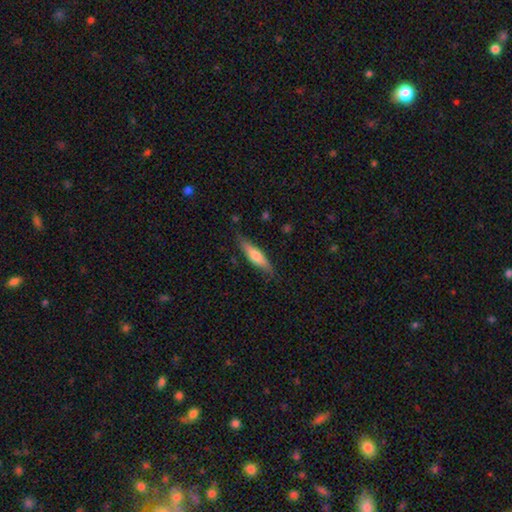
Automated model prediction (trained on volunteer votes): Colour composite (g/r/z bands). It shows a smooth galaxy with no disk features (63%) that is cigar-shaped (69%). Merging: none (80%).